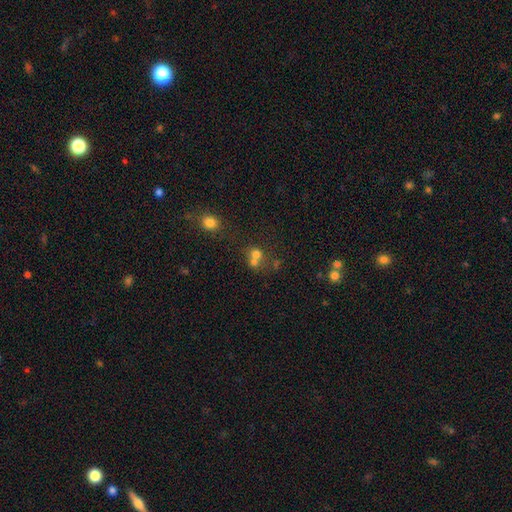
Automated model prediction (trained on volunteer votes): Smooth or featured? Predicted: smooth (p=0.68). How rounded? Predicted: round (p=0.80). Merging? Predicted: merger (p=0.54).